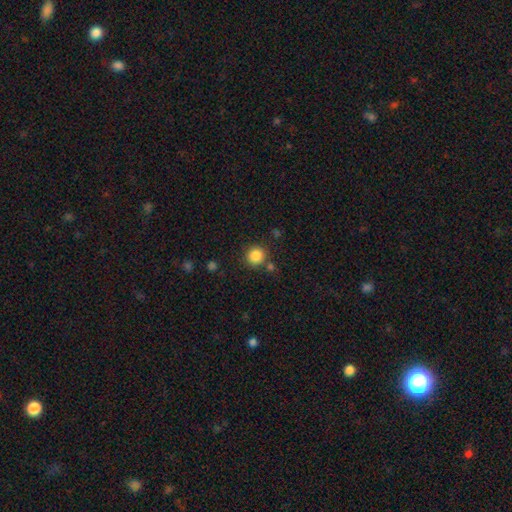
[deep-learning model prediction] smooth 86%, star or artifact 10%, featured or disk 4%. Down the decision tree: how rounded — round (91%); merging — none (80%).